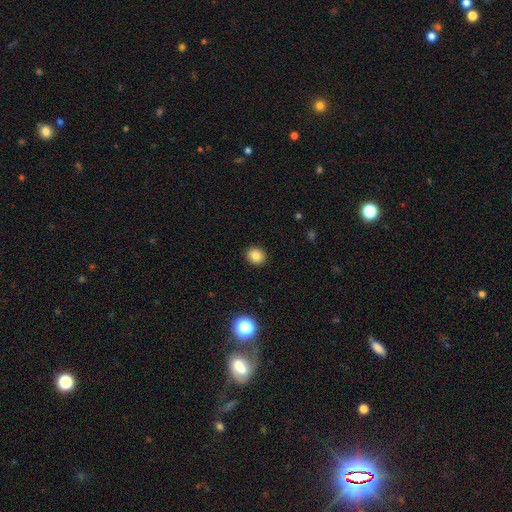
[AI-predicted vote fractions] Overall: smooth (85%). How rounded: round (67%; in between 32%). Merging: none (91%).